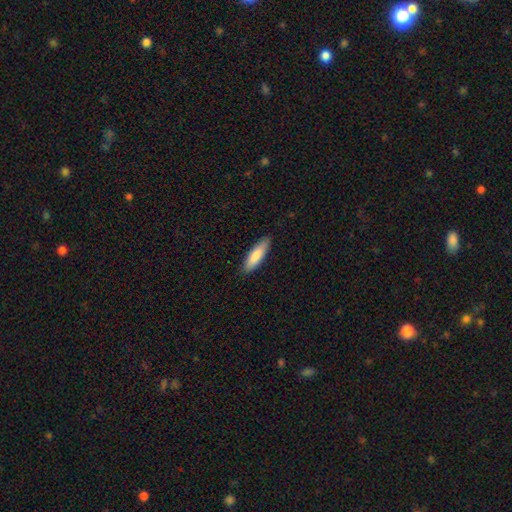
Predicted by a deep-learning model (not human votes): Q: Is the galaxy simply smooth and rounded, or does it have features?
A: smooth — 85%.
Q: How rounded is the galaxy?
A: cigar-shaped — 54%.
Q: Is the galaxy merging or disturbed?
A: none — 88%.